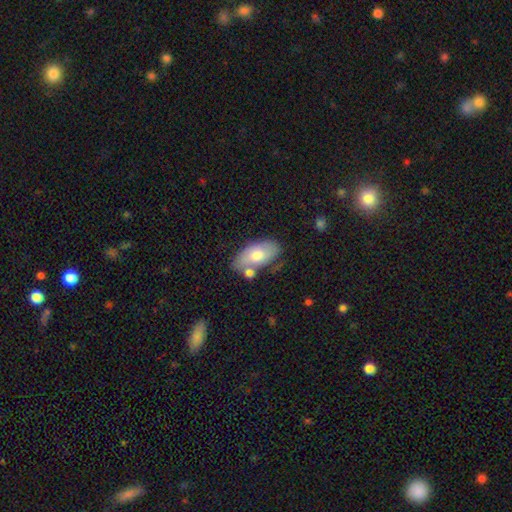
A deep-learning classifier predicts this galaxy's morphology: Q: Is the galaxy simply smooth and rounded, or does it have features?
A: smooth — 68%.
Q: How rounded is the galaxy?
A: in between — 93%.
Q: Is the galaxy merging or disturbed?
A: none — 59%.